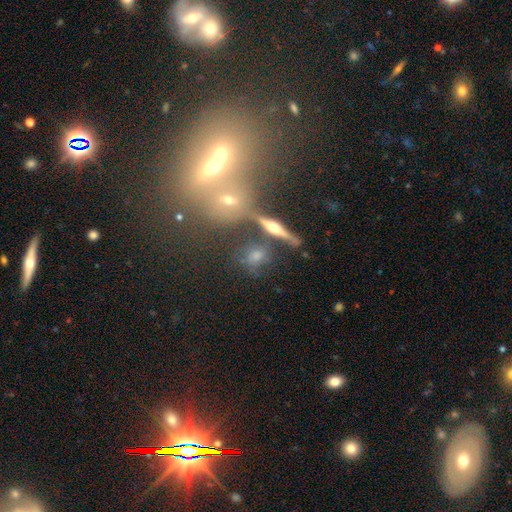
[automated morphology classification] The model was most divided on "smooth or featured": smooth: 44%, featured or disk: 39%, star or artifact: 17%. More confident: merging — none (66%).